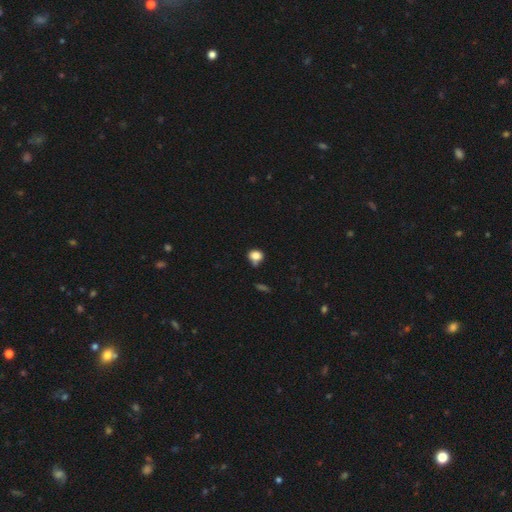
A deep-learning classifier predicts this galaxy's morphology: smooth-or-featured: smooth: 81% | star or artifact: 11% | featured or disk: 8%
  how-rounded: round: 61% | in between: 38% | cigar-shaped: 1%
  merging: none: 52% | minor disturbance: 28% | merger: 11% | major disturbance: 9%